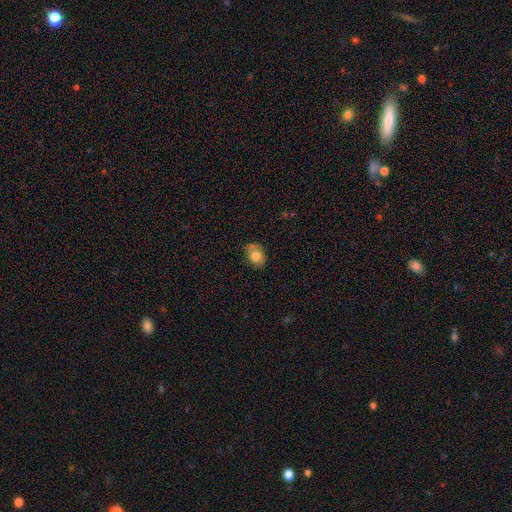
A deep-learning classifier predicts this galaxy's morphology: This is likely a smooth galaxy (76%). How rounded: likely in between (68%). Merging: likely none (69%).